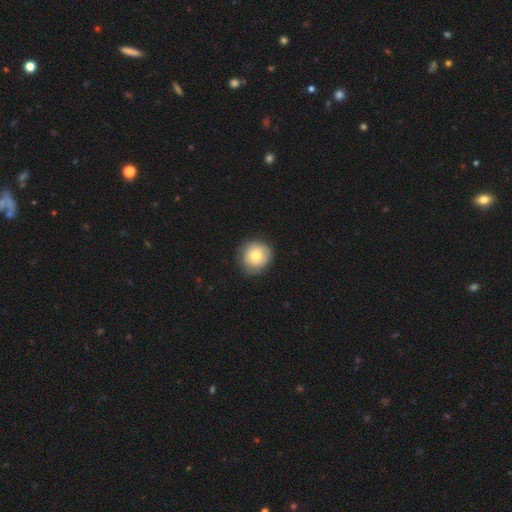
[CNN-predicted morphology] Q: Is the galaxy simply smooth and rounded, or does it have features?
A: smooth — 74%.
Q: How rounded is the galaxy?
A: round — 89%.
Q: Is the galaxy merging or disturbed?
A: none — 80%.